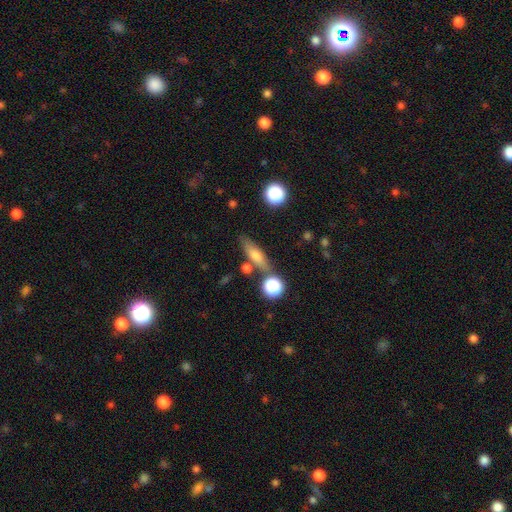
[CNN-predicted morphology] smooth-or-featured: smooth: 61% | featured or disk: 28% | star or artifact: 11%
  how-rounded: cigar-shaped: 52% | in between: 40% | round: 7%
  merging: none: 73% | minor disturbance: 12% | merger: 11% | major disturbance: 4%